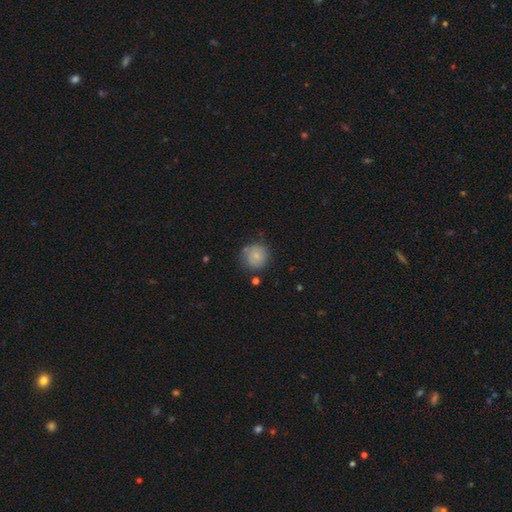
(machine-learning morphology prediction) smooth 76%, featured or disk 16%, star or artifact 8%. Down the decision tree: how rounded — round (92%); merging — none (72%).